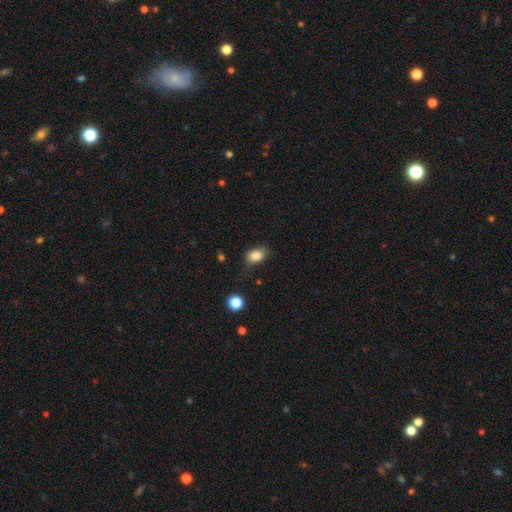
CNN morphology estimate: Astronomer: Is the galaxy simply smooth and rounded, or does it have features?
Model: smooth — 85%.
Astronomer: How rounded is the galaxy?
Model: in between — 79%.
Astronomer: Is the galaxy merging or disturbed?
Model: none — 71%.